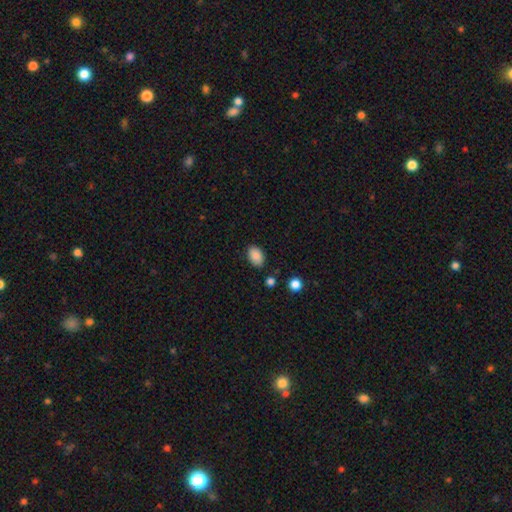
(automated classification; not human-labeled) Morphology: type=smooth (87%); roundness=in between (89%); merging=none (85%).